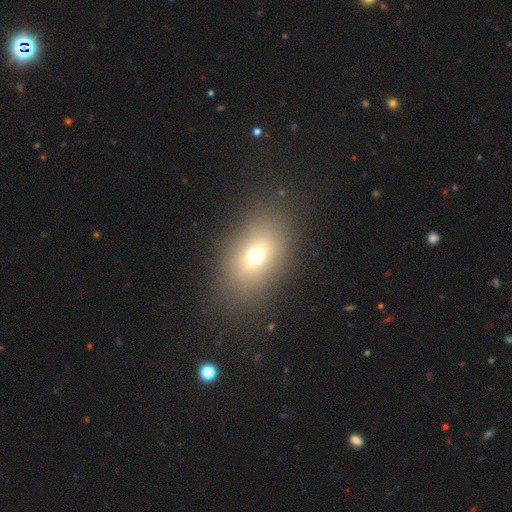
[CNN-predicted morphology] This appears to be a smooth galaxy with no disk features (62%) that is in between round and cigar-shaped (74%). Merging: none (80%).